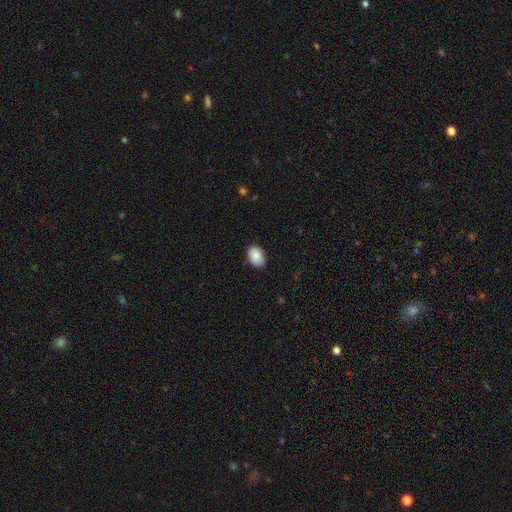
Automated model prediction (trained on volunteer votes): This appears to be a smooth galaxy with no disk features (89%) that is in between round and cigar-shaped (83%). Merging: none (87%).